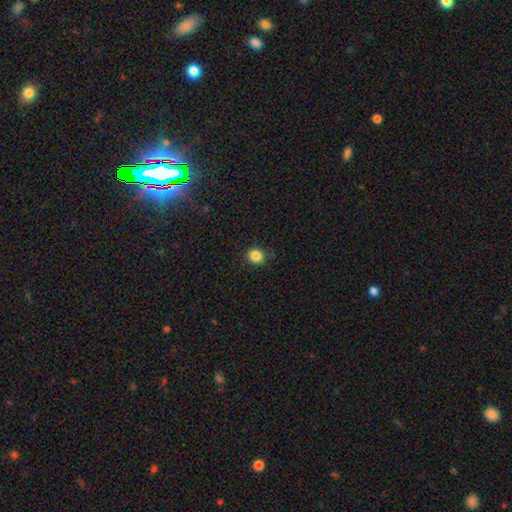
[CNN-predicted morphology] smooth 85%, star or artifact 11%, featured or disk 4%. Down the decision tree: how rounded — round (82%); merging — none (87%).